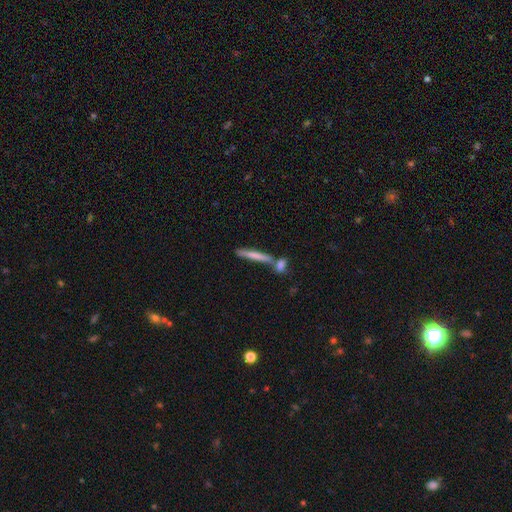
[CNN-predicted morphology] smooth-or-featured: smooth: 64% | featured or disk: 29% | star or artifact: 7%
  how-rounded: cigar-shaped: 92% | in between: 6% | round: 2%
  merging: none: 60% | merger: 25% | minor disturbance: 11% | major disturbance: 4%